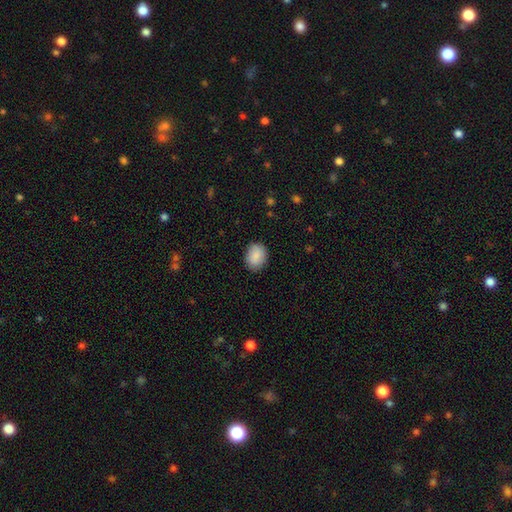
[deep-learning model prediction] smooth 88%, star or artifact 7%, featured or disk 5%. Down the decision tree: how rounded — in between (61%); merging — none (84%).